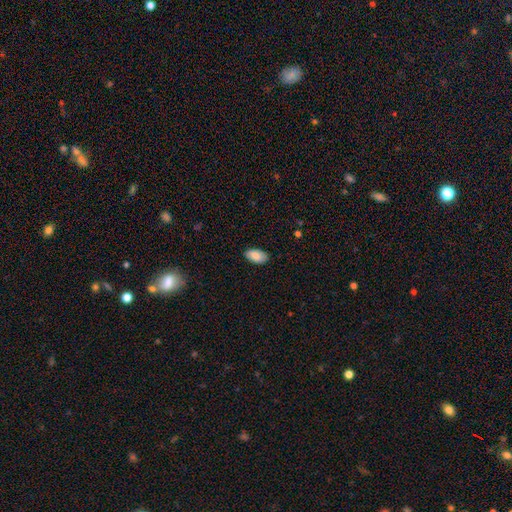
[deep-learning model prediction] A smooth galaxy with no disk features (86%) that is in between round and cigar-shaped (95%).

Vote fractions:
- Smooth or featured? smooth: 86% / featured or disk: 7% / star or artifact: 7%
- How rounded? in between: 95% / round: 4% / cigar-shaped: 2%
- Merging? none: 87% / minor disturbance: 10% / major disturbance: 2% / merger: 1%